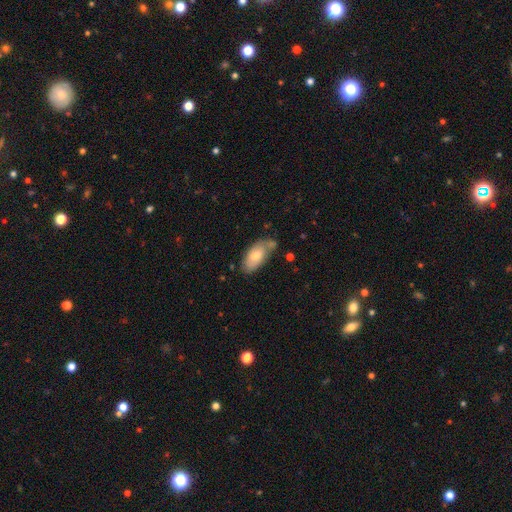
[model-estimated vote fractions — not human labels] A smooth galaxy with no disk features (70%) that is in between round and cigar-shaped (91%).

Vote fractions:
- Smooth or featured? smooth: 70% / featured or disk: 24% / star or artifact: 6%
- How rounded? in between: 91% / cigar-shaped: 6% / round: 3%
- Merging? none: 58% / minor disturbance: 24% / merger: 12% / major disturbance: 6%